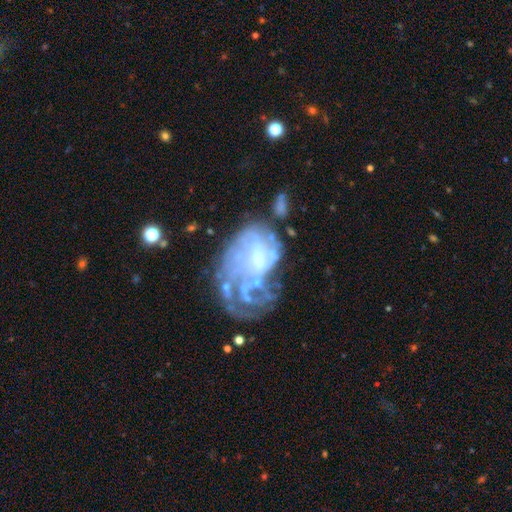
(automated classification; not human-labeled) smooth-or-featured: featured or disk: 74% | smooth: 14% | star or artifact: 12%
  disk-edge-on: no: 97% | yes: 3%
    bar: no: 43% | weak: 39% | strong: 18%
    has-spiral-arms: yes: 55% | no: 45%
    bulge-size: none: 34% | moderate: 31% | small: 28% | large: 5% | dominant: 1%
  merging: major disturbance: 39% | none: 29% | minor disturbance: 20% | merger: 13%